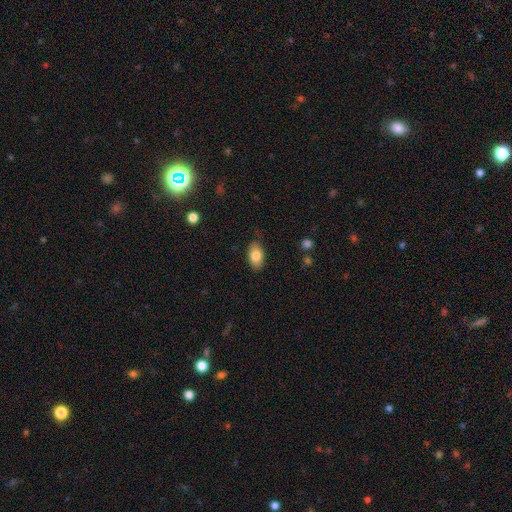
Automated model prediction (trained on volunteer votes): Morphology: type=smooth (82%); roundness=in between (92%); merging=none (81%).